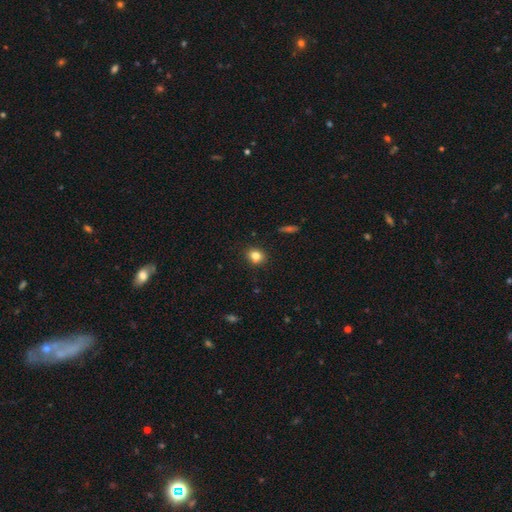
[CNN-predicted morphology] type=smooth (80%); roundness=round (67%); merging=none (85%).